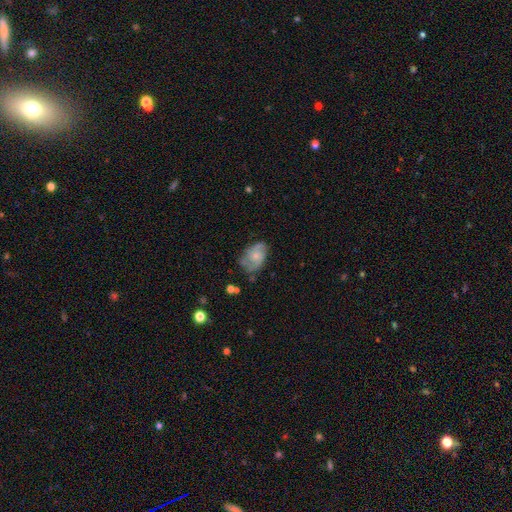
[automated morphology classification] Smooth or featured? Predicted: featured or disk (p=0.57). Edge-on disk? Predicted: no (p=0.97). Bar? Predicted: no (p=0.77). Spiral arms? Predicted: yes (p=0.82). Bulge size? Predicted: small (p=0.58). Merging? Predicted: none (p=0.58).